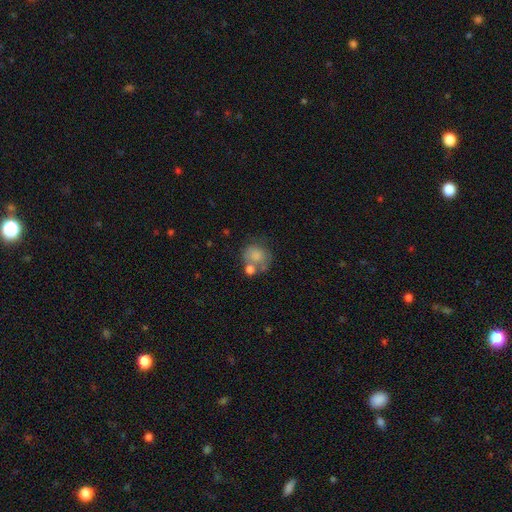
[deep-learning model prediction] Smooth or featured? smooth (69%)
How rounded? round (75%)
Merging? none (39%)